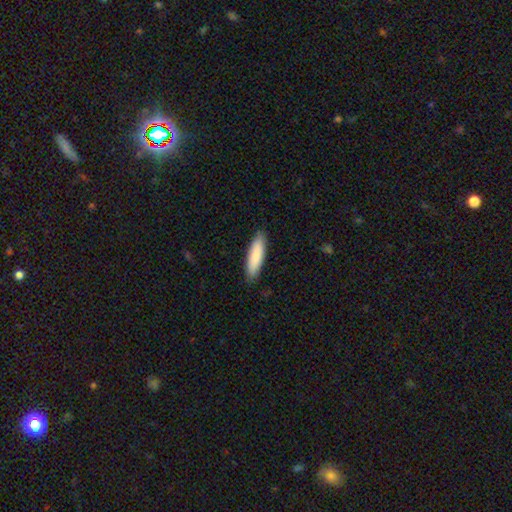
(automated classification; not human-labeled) A smooth galaxy with no disk features (86%) that is cigar-shaped (64%). Merging: none (88%).